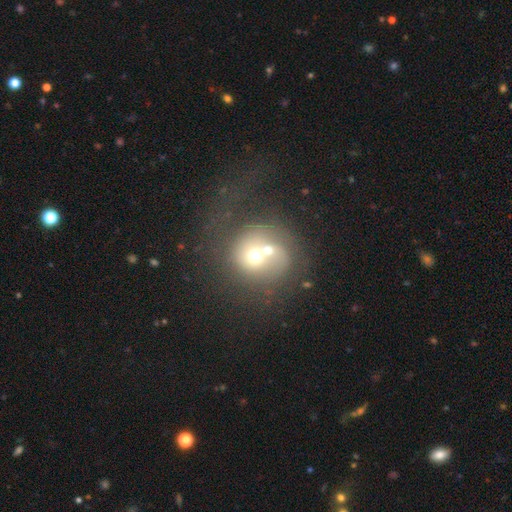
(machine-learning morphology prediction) Smooth or featured: smooth — 51% (featured or disk — 35%)
How rounded: round — 84% (in between — 15%)
Merging: merger — 59% (none — 23%)